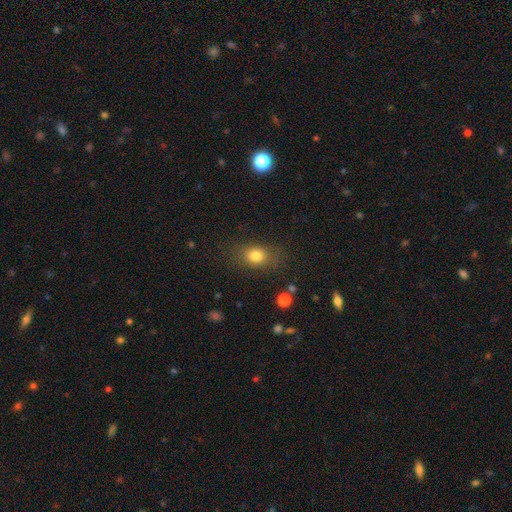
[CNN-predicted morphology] Smooth or featured?
  - smooth: 80% *
  - star or artifact: 11%
  - featured or disk: 8%
How rounded?
  - in between: 60% *
  - round: 38%
  - cigar-shaped: 2%
Merging?
  - none: 78% *
  - minor disturbance: 14%
  - major disturbance: 6%
  - merger: 2%